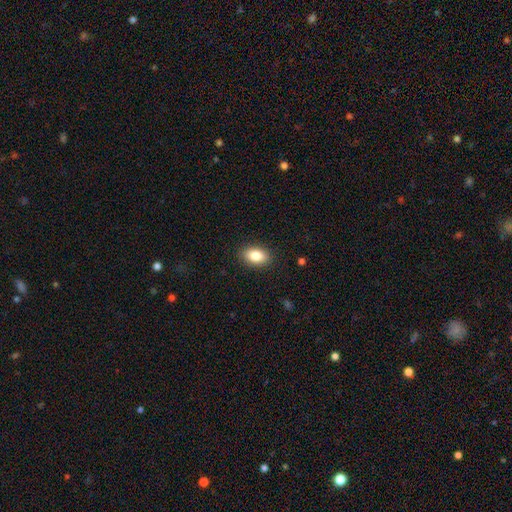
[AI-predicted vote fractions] smooth_or_featured: smooth (p=0.85) [alt: star or artifact p=0.08]
how_rounded: in between (p=0.89) [alt: round p=0.10]
merging: none (p=0.89) [alt: minor disturbance p=0.08]